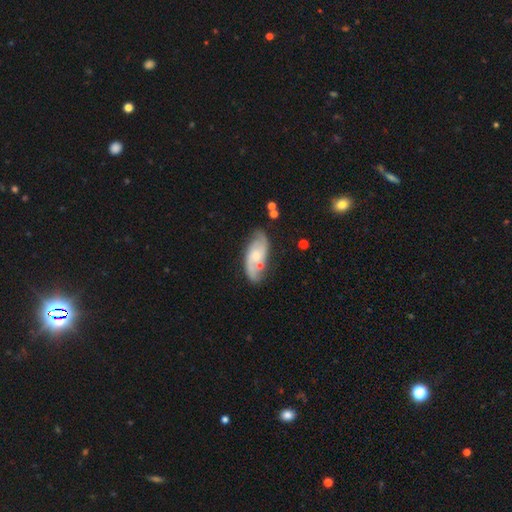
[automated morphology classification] A featured or disk galaxy (68%) with no bar (64%), 2 (82%) medium (43%) spiral arms (90%) and a small central bulge (50%).

Vote fractions:
- Smooth or featured? featured or disk: 68% / smooth: 26% / star or artifact: 6%
- Edge-on disk? no: 93% / yes: 7%
- Bar? no: 64% / weak: 31% / strong: 5%
- Spiral arms? yes: 90% / no: 10%
- Spiral winding? medium: 43% / loose: 36% / tight: 21%
- Spiral arm count? 2: 82% / can't tell: 11% / 1: 3% / 3: 2% / 4: 1% / more than 4: 1%
- Bulge size? small: 50% / moderate: 39% / none: 6% / large: 4% / dominant: 1%
- Merging? none: 64% / minor disturbance: 20% / merger: 10% / major disturbance: 6%